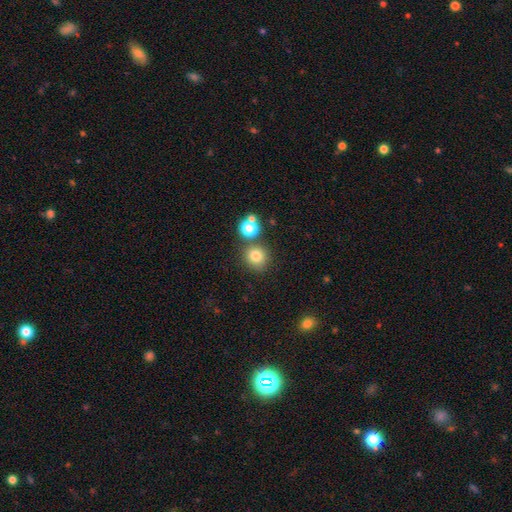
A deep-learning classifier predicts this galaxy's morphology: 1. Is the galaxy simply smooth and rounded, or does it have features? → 78% smooth, 14% star or artifact, 8% featured or disk.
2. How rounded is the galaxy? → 89% round, 10% in between, 1% cigar-shaped.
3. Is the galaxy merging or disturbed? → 71% none, 16% merger, 9% minor disturbance, 3% major disturbance.